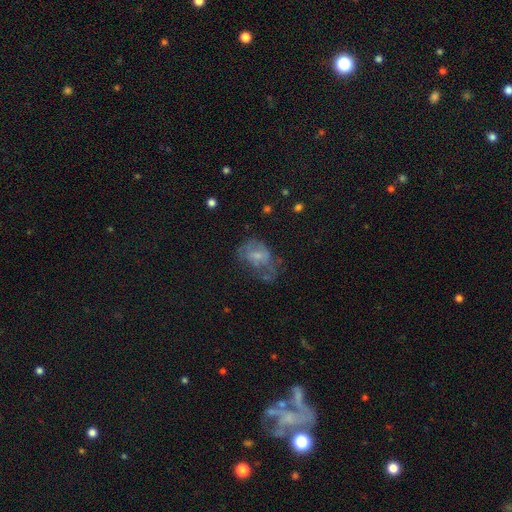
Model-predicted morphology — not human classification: featured or disk 49%, smooth 34%, star or artifact 17%. Down the decision tree: merging — none (39%).